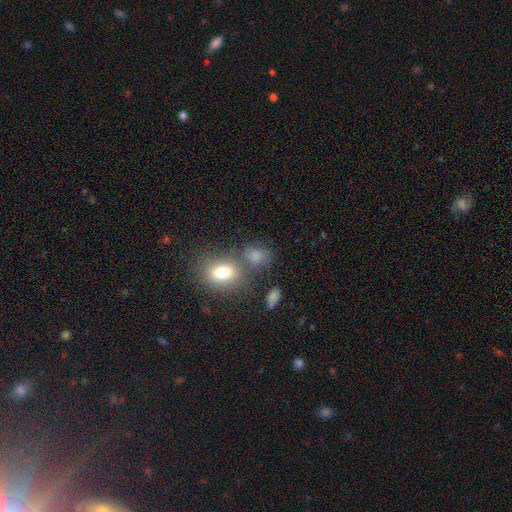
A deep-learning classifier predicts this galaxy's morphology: A smooth galaxy with no disk features (76%) that is round (51%). Merging: none (55%).